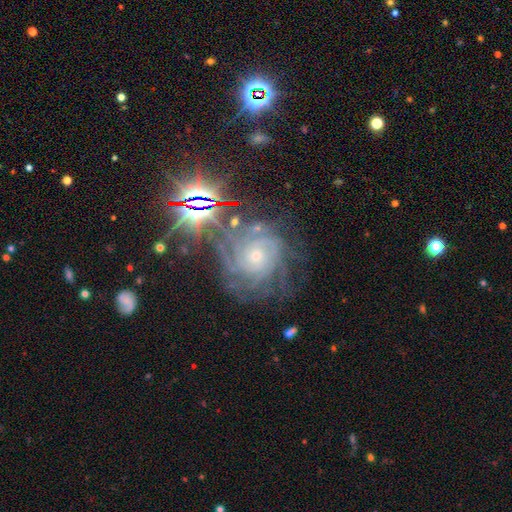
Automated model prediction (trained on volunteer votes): smooth_or_featured: featured or disk (p=0.79) [alt: star or artifact p=0.16]
disk_edge_on: no (p=0.97) [alt: yes p=0.03]
bar: no (p=0.78) [alt: weak p=0.16]
has_spiral_arms: yes (p=0.97) [alt: no p=0.03]
spiral_winding: tight (p=0.73) [alt: medium p=0.23]
spiral_arm_count: can't tell (p=0.28) [alt: 4 p=0.23]
bulge_size: small (p=0.63) [alt: moderate p=0.32]
merging: none (p=0.64) [alt: minor disturbance p=0.19]